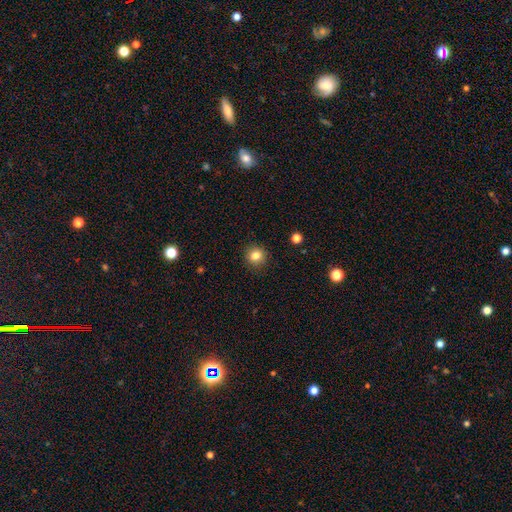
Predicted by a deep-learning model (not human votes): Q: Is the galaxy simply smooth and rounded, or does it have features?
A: smooth — 83%.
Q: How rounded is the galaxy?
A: round — 89%.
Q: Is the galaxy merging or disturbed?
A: none — 90%.